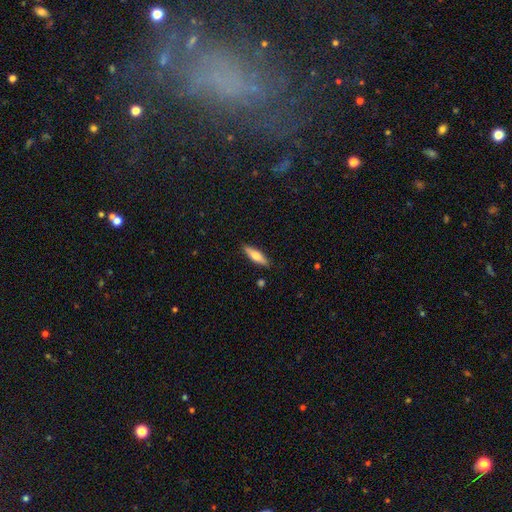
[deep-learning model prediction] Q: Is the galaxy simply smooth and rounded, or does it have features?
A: smooth — 61%.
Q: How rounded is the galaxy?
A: cigar-shaped — 63%.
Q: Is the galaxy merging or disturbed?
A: none — 87%.